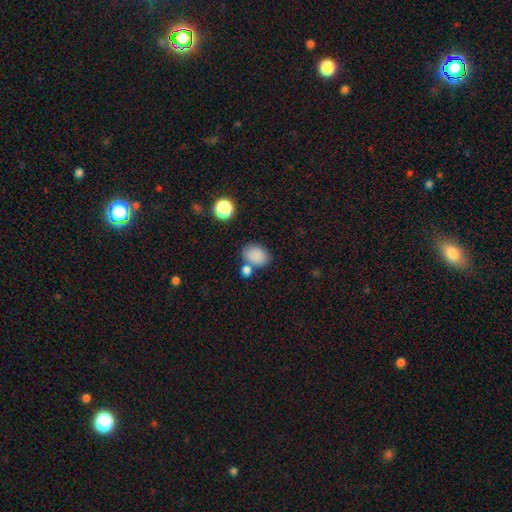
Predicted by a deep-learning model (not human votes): Smooth or featured? Predicted: smooth (p=0.86). How rounded? Predicted: in between (p=0.76). Merging? Predicted: none (p=0.65).